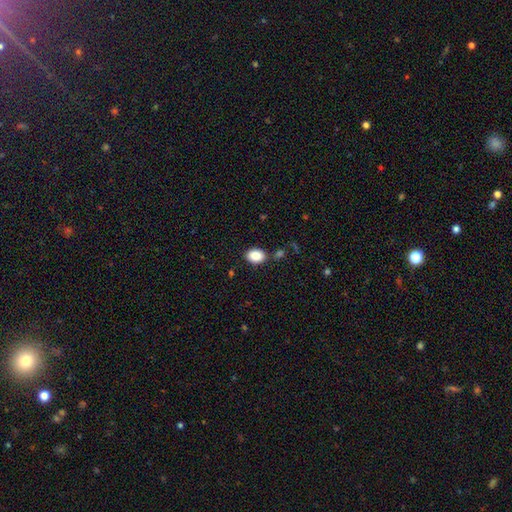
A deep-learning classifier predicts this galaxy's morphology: This is clearly a smooth galaxy (85%). How rounded: likely in between (72%). Merging: clearly none (84%).